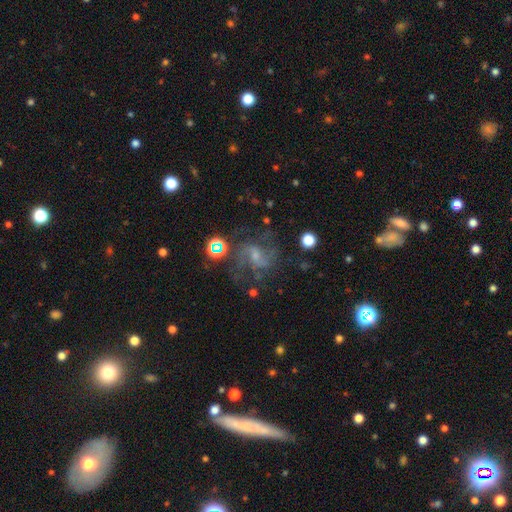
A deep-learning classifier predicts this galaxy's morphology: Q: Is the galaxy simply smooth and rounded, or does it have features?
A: featured or disk — 72%.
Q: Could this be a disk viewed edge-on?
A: no — 97%.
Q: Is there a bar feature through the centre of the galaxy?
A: weak — 51%.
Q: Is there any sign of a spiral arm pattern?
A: yes — 92%.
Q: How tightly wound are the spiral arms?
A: medium — 50%.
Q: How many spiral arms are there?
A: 2 — 60%.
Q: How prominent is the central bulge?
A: small — 52%.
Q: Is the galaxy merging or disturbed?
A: none — 62%.